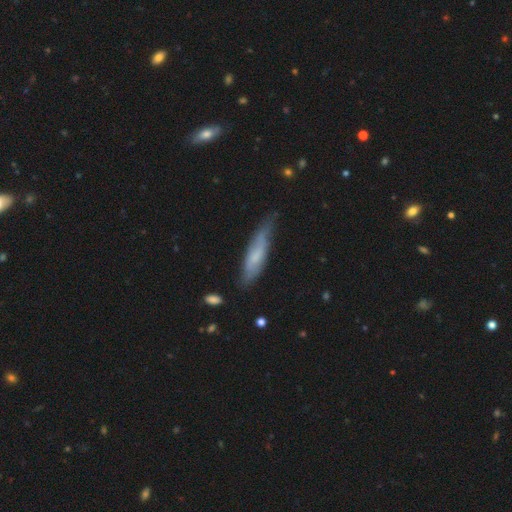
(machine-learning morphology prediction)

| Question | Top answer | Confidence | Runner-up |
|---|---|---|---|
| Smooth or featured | smooth | 54% | featured or disk (40%) |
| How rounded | cigar-shaped | 71% | in between (27%) |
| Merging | none | 56% | minor disturbance (33%) |